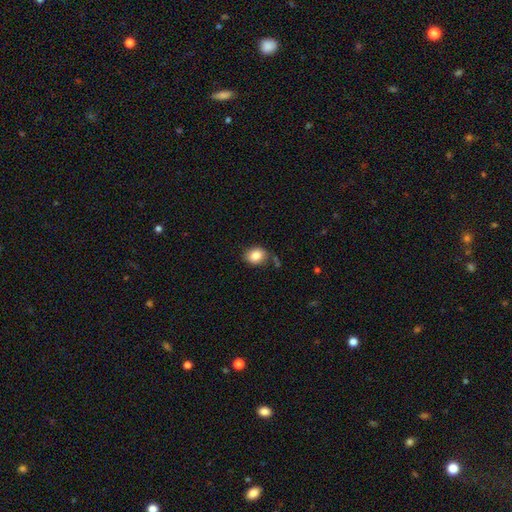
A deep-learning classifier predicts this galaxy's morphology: smooth_or_featured: smooth (p=0.84) [alt: star or artifact p=0.09]
how_rounded: in between (p=0.52) [alt: round p=0.47]
merging: none (p=0.79) [alt: minor disturbance p=0.14]